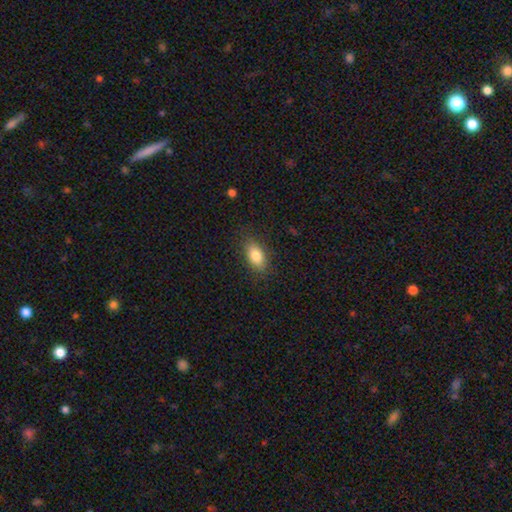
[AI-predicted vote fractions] The model was most divided on "smooth or featured": smooth: 81%, featured or disk: 11%, star or artifact: 8%. More confident: how rounded — in between (88%); merging — none (85%).